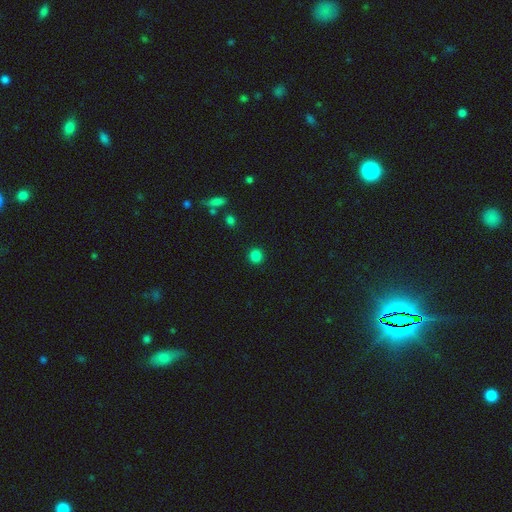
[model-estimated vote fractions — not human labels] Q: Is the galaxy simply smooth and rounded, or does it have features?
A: smooth — 84%.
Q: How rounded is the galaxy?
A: round — 91%.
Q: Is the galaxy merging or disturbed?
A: none — 91%.